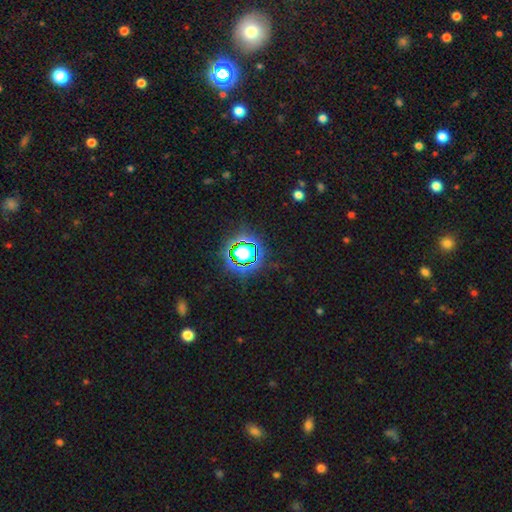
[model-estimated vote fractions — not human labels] Smooth or featured? Predicted: star or artifact (p=0.79).